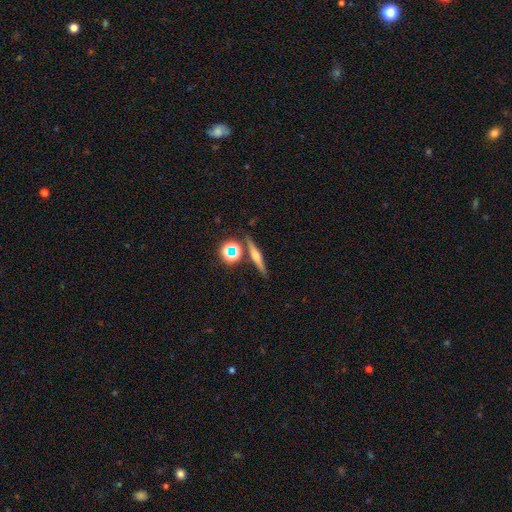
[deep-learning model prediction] A featured or disk galaxy (47%).

Vote fractions:
- Smooth or featured? featured or disk: 47% / smooth: 38% / star or artifact: 15%
- Merging? none: 80% / minor disturbance: 9% / merger: 8% / major disturbance: 3%